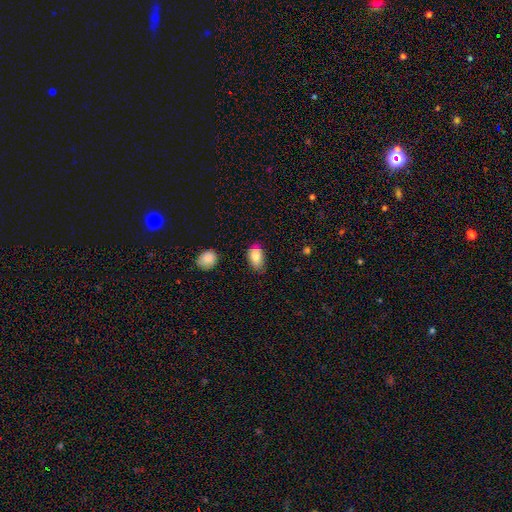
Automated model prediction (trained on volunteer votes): This is clearly a smooth galaxy (83%). How rounded: clearly in between (91%). Merging: likely none (69%).